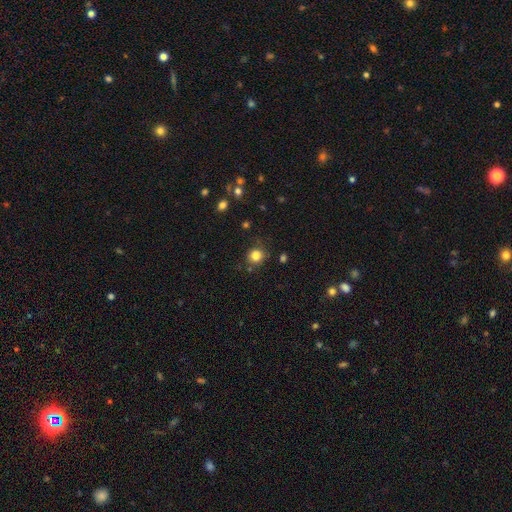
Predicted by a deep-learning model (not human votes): smooth 83%, star or artifact 12%, featured or disk 5%. Down the decision tree: how rounded — round (89%); merging — none (83%).